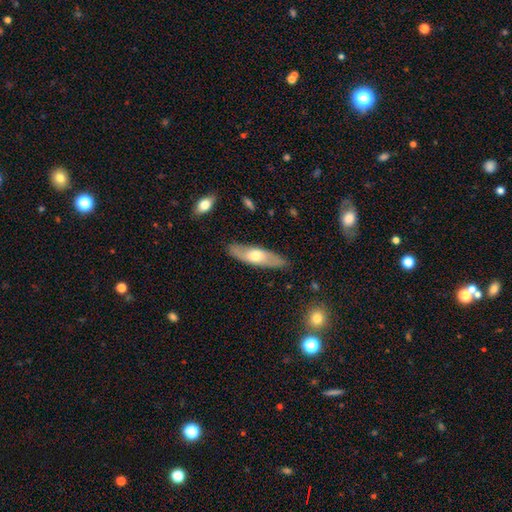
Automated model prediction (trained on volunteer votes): Morphology: type=smooth (53%); roundness=cigar-shaped (50%); merging=none (83%).